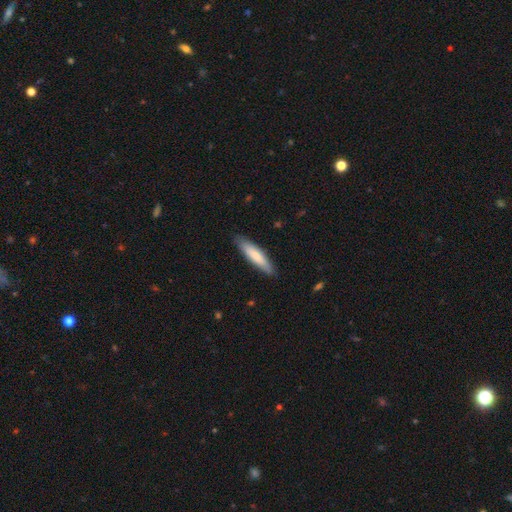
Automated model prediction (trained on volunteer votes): smooth-or-featured: smooth: 75% | featured or disk: 20% | star or artifact: 5%
  how-rounded: cigar-shaped: 79% | in between: 19% | round: 1%
  merging: none: 87% | minor disturbance: 10% | major disturbance: 2% | merger: 1%